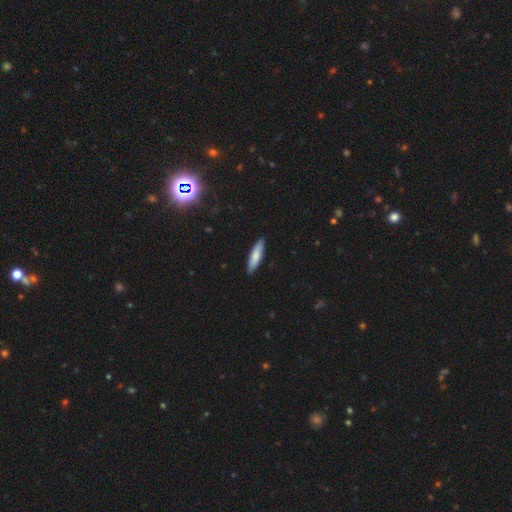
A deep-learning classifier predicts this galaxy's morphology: smooth-or-featured: smooth: 76% | featured or disk: 18% | star or artifact: 5%
  how-rounded: cigar-shaped: 72% | in between: 26% | round: 1%
  merging: none: 90% | minor disturbance: 8% | major disturbance: 1% | merger: 1%